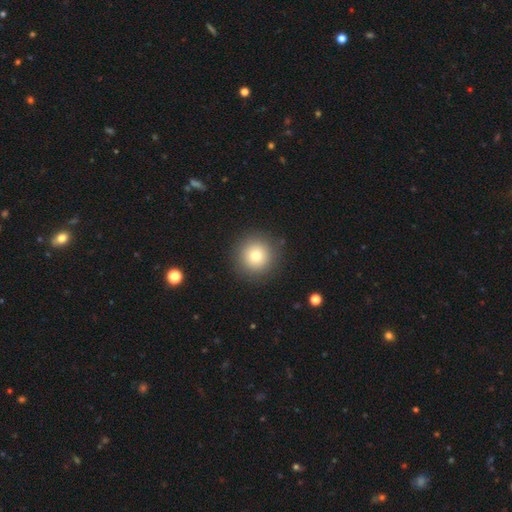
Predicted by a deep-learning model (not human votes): This is likely a smooth galaxy (77%). How rounded: clearly round (96%). Merging: clearly none (90%).